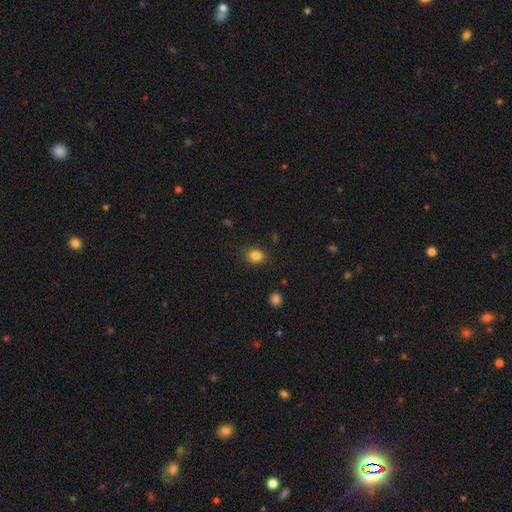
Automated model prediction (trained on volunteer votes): Morphology: type=smooth (84%); roundness=round (55%); merging=none (84%).